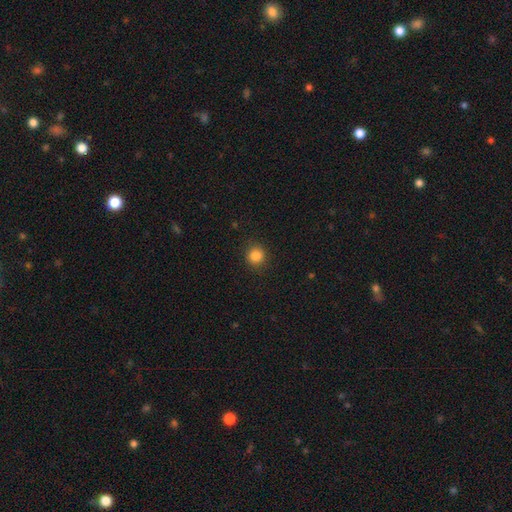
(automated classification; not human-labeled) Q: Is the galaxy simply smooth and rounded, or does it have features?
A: smooth — 85%.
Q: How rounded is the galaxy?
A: round — 92%.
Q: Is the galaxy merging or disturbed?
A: none — 90%.